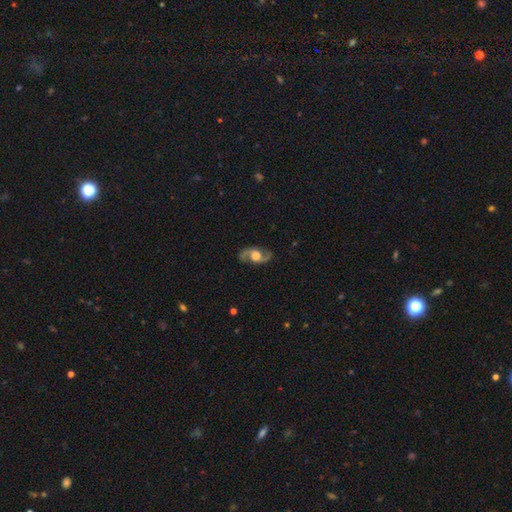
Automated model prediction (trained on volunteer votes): Smooth or featured?
  - featured or disk: 87% *
  - smooth: 8%
  - star or artifact: 5%
Edge-on disk?
  - no: 96% *
  - yes: 4%
Bar?
  - no: 61% *
  - weak: 31%
  - strong: 7%
Spiral arms?
  - yes: 95% *
  - no: 5%
Spiral winding?
  - medium: 47% *
  - loose: 43%
  - tight: 10%
Spiral arm count?
  - 2: 94% *
  - can't tell: 2%
  - 1: 1%
  - 3: 1%
  - 4: 1%
  - more than 4: 1%
Bulge size?
  - large: 48% *
  - moderate: 41%
  - small: 4%
  - dominant: 3%
  - none: 3%
Merging?
  - none: 86% *
  - minor disturbance: 10%
  - major disturbance: 3%
  - merger: 1%